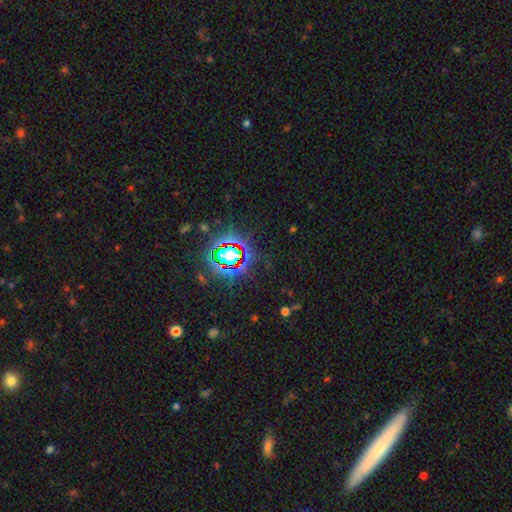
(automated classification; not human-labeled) This appears to be a star or artifact, not a galaxy (81%).